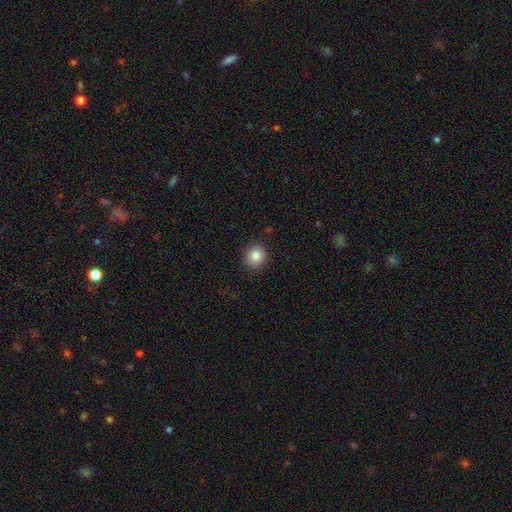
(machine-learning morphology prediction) The model was most divided on "how rounded": round: 87%, in between: 12%, cigar-shaped: 1%. More confident: merging — none (90%); smooth or featured — smooth (85%).